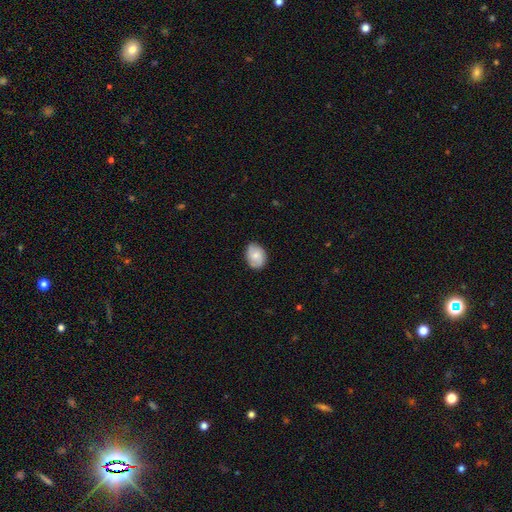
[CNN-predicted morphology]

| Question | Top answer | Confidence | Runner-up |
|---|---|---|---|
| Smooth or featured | smooth | 72% | featured or disk (22%) |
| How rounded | in between | 66% | round (33%) |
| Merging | none | 81% | minor disturbance (16%) |